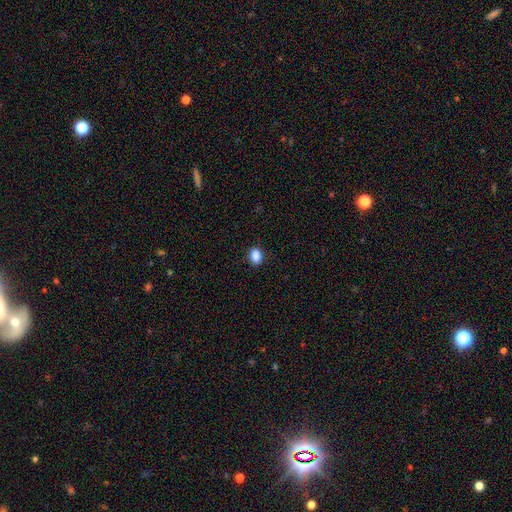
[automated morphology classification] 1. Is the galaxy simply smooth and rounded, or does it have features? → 88% smooth, 9% star or artifact, 3% featured or disk.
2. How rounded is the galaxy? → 71% in between, 28% round, 1% cigar-shaped.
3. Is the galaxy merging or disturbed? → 88% none, 9% minor disturbance, 2% major disturbance, 1% merger.